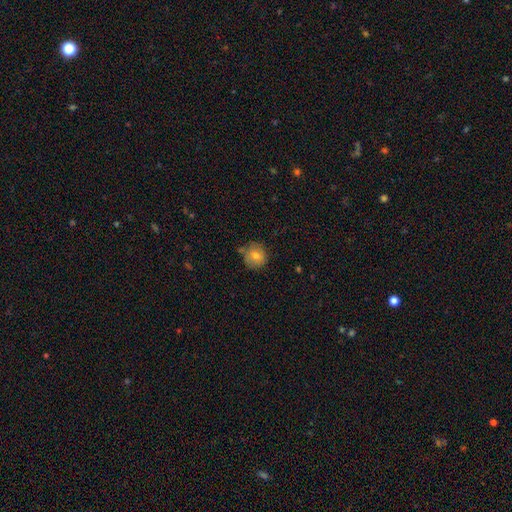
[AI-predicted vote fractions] Q: Smooth or featured?
A: smooth (75%); runner-up: featured or disk (15%)
Q: How rounded?
A: round (89%); runner-up: in between (10%)
Q: Merging?
A: none (75%); runner-up: minor disturbance (16%)